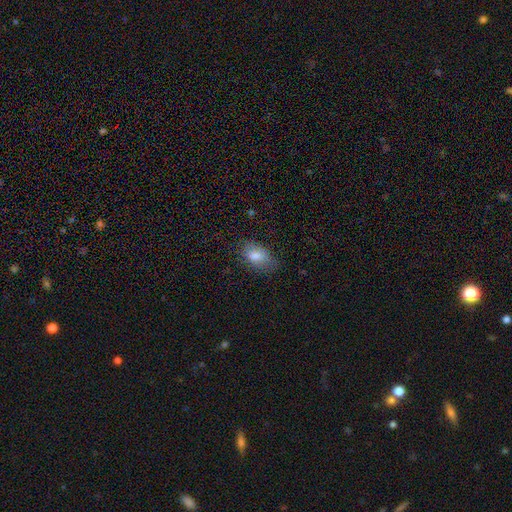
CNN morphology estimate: A smooth galaxy with no disk features (77%) that is in between round and cigar-shaped (88%).

Vote fractions:
- Smooth or featured? smooth: 77% / featured or disk: 14% / star or artifact: 9%
- How rounded? in between: 88% / round: 10% / cigar-shaped: 2%
- Merging? none: 69% / minor disturbance: 24% / major disturbance: 6% / merger: 1%